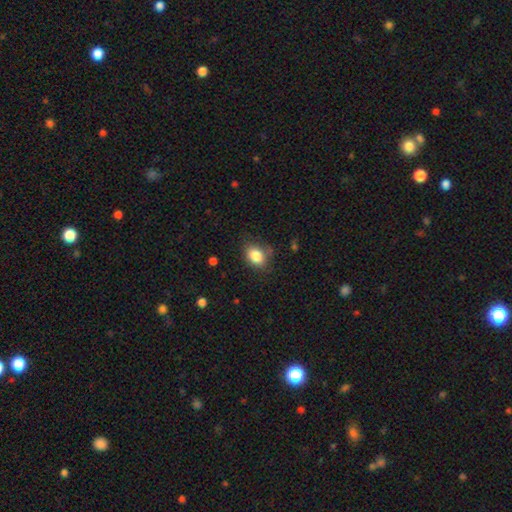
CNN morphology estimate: smooth_or_featured: smooth (p=0.84) [alt: star or artifact p=0.09]
how_rounded: in between (p=0.71) [alt: round p=0.28]
merging: none (p=0.71) [alt: minor disturbance p=0.21]